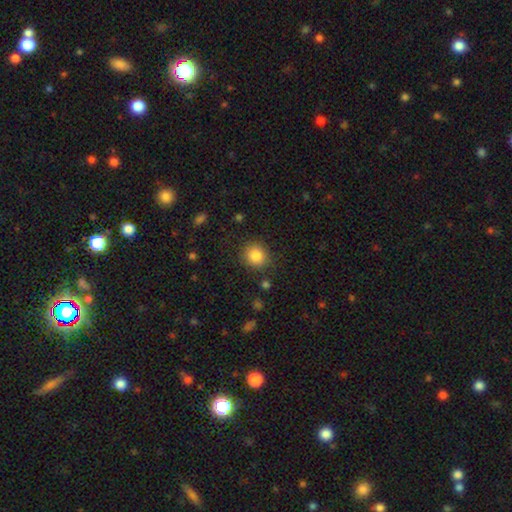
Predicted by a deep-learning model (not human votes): A smooth galaxy with no disk features (85%) that is round (85%).

Vote fractions:
- Smooth or featured? smooth: 85% / star or artifact: 10% / featured or disk: 5%
- How rounded? round: 85% / in between: 14% / cigar-shaped: 1%
- Merging? none: 86% / minor disturbance: 9% / major disturbance: 3% / merger: 2%